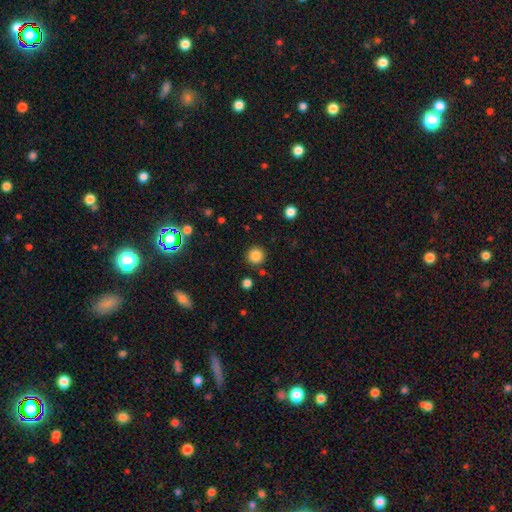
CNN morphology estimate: smooth 85%, star or artifact 11%, featured or disk 4%. Down the decision tree: how rounded — round (94%); merging — none (88%).